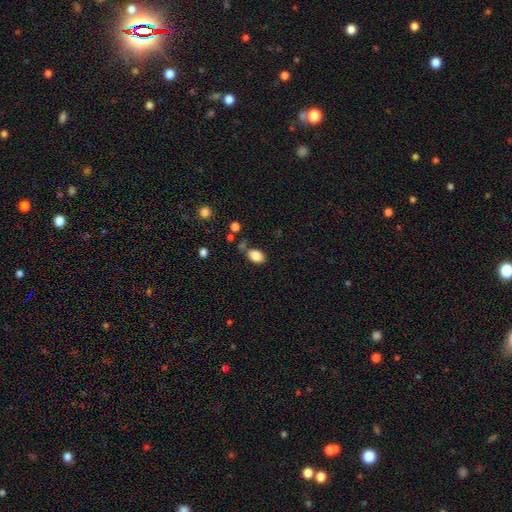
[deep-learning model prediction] The model was most divided on "merging": none: 70%, minor disturbance: 17%, merger: 9%, major disturbance: 4%. More confident: smooth or featured — smooth (84%); how rounded — in between (83%).